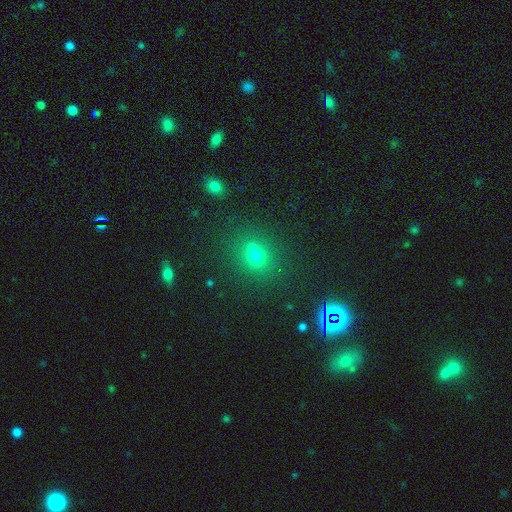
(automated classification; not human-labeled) Smooth or featured?
  - smooth: 55% *
  - star or artifact: 33%
  - featured or disk: 12%
How rounded?
  - round: 78% *
  - in between: 21%
  - cigar-shaped: 1%
Merging?
  - none: 54% *
  - merger: 34%
  - minor disturbance: 8%
  - major disturbance: 3%